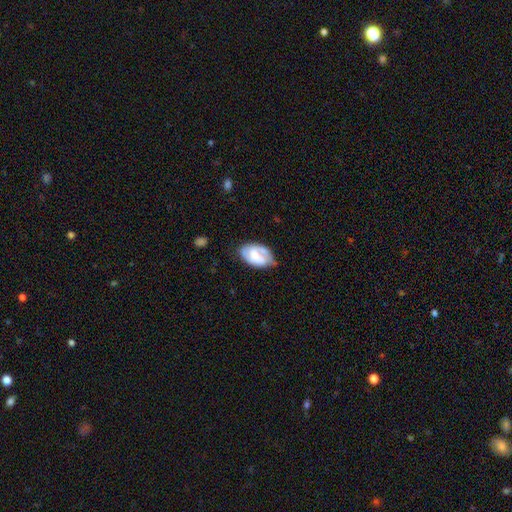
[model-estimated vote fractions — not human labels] Q: Smooth or featured?
A: featured or disk (62%); runner-up: smooth (31%)
Q: Edge-on disk?
A: no (96%); runner-up: yes (4%)
Q: Bar?
A: weak (43%); runner-up: strong (29%)
Q: Spiral arms?
A: yes (76%); runner-up: no (24%)
Q: Bulge size?
A: moderate (41%); runner-up: small (33%)
Q: Merging?
A: none (56%); runner-up: minor disturbance (31%)